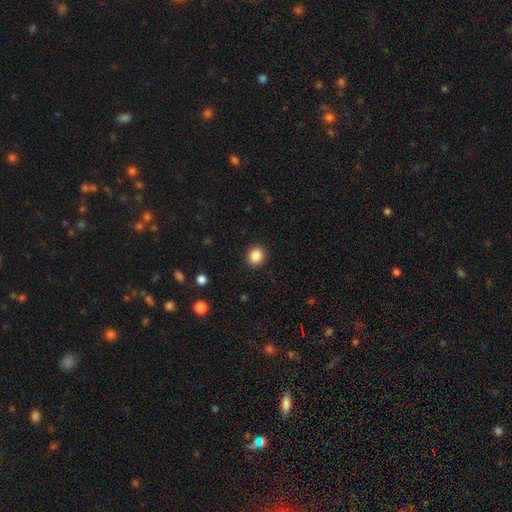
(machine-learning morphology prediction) Smooth or featured: smooth — 86% (star or artifact — 10%)
How rounded: round — 79% (in between — 20%)
Merging: none — 91% (minor disturbance — 6%)